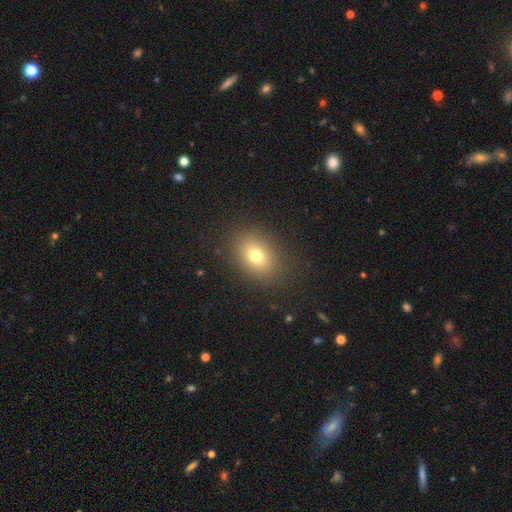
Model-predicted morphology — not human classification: Smooth or featured? smooth (75%)
How rounded? in between (67%)
Merging? none (87%)